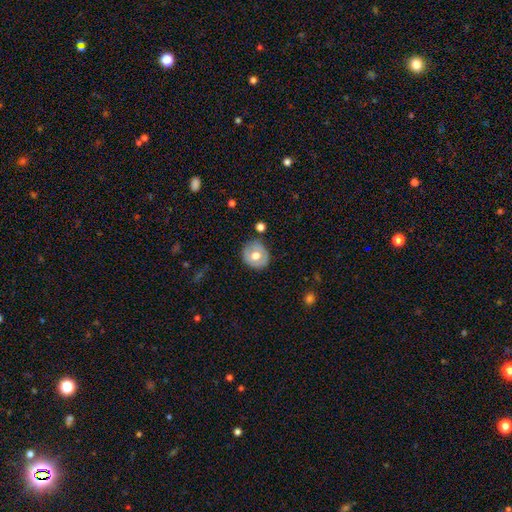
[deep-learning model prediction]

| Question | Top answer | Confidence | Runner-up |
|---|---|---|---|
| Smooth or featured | smooth | 58% | featured or disk (35%) |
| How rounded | round | 79% | in between (20%) |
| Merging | none | 79% | minor disturbance (14%) |